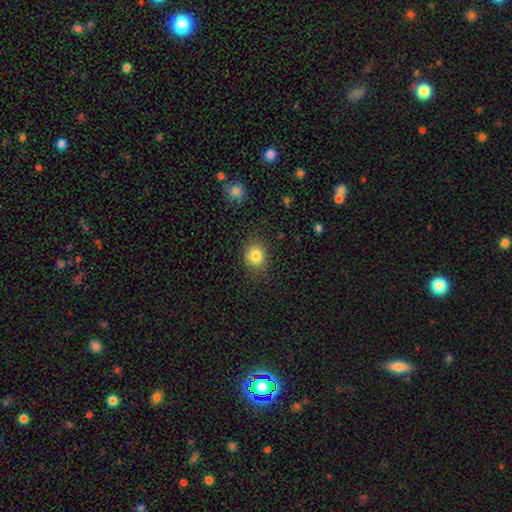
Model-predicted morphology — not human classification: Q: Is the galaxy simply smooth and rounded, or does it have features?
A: smooth — 83%.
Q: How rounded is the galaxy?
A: round — 71%.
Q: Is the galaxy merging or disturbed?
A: none — 83%.